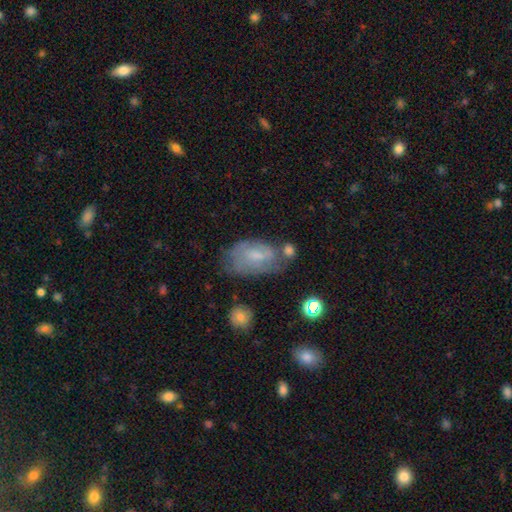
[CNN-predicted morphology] Q: Smooth or featured?
A: smooth (46%); runner-up: featured or disk (44%)
Q: Merging?
A: none (45%); runner-up: minor disturbance (29%)